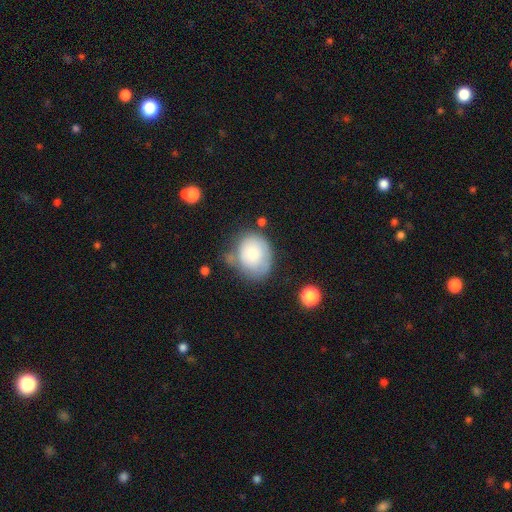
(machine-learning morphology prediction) Smooth or featured? smooth (59%)
How rounded? round (61%)
Merging? none (58%)